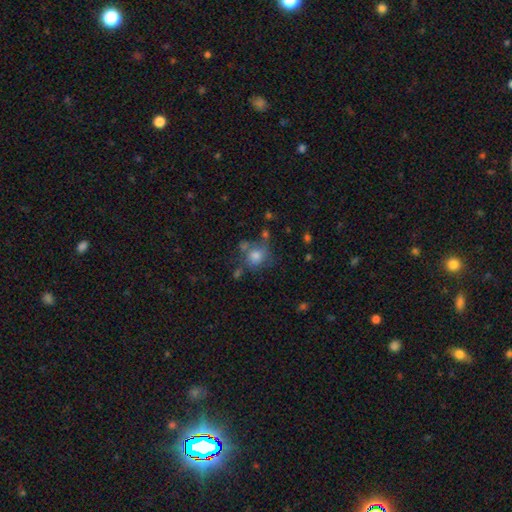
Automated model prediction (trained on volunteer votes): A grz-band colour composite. It shows a smooth galaxy with no disk features (71%) that is round (76%). Merging: none (54%).